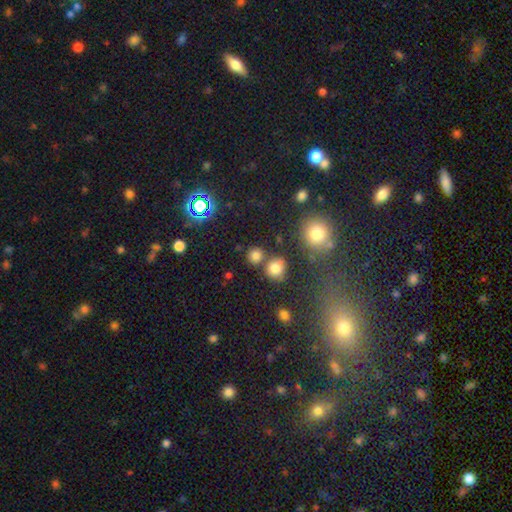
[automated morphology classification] Smooth or featured?
  - smooth: 76% *
  - star or artifact: 18%
  - featured or disk: 6%
How rounded?
  - round: 87% *
  - in between: 12%
  - cigar-shaped: 1%
Merging?
  - none: 74% *
  - merger: 15%
  - minor disturbance: 8%
  - major disturbance: 3%